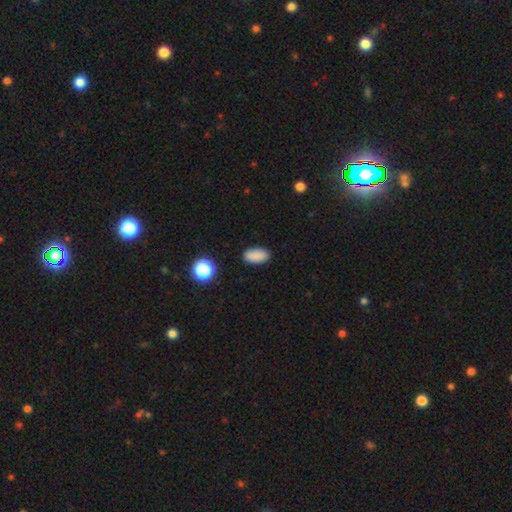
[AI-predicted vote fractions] A smooth galaxy with no disk features (87%) that is in between round and cigar-shaped (92%). Merging: none (88%).